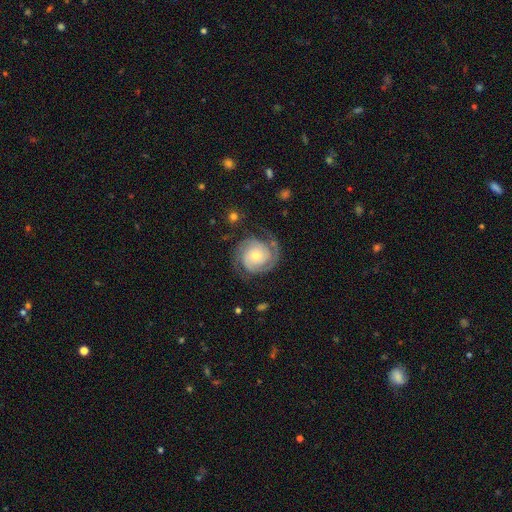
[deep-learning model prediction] featured or disk 87%, smooth 8%, star or artifact 5%. Down the decision tree: edge-on disk — no (98%); bar — no (75%); spiral arms — yes (97%); spiral arm count — 2 (65%); spiral winding — tight (67%); bulge size — small (59%); merging — none (73%).